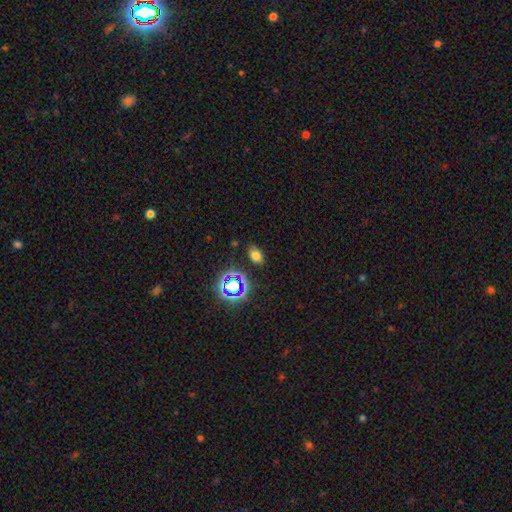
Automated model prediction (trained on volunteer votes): Smooth or featured? Predicted: smooth (p=0.68). How rounded? Predicted: in between (p=0.84). Merging? Predicted: none (p=0.83).